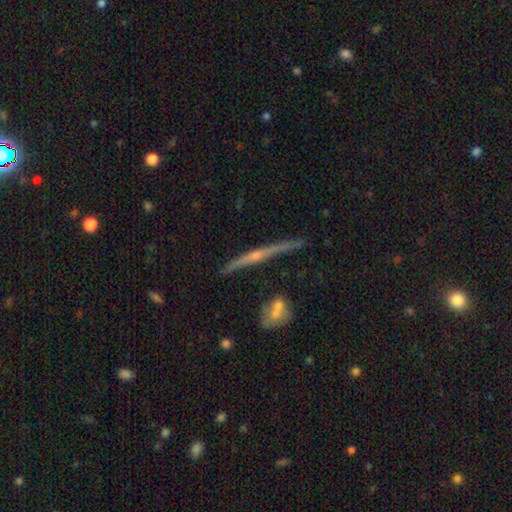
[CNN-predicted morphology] Q: Smooth or featured?
A: featured or disk (77%); runner-up: smooth (16%)
Q: Edge-on disk?
A: yes (98%); runner-up: no (2%)
Q: Edge-on bulge?
A: rounded (73%); runner-up: none (20%)
Q: Merging?
A: none (85%); runner-up: minor disturbance (10%)